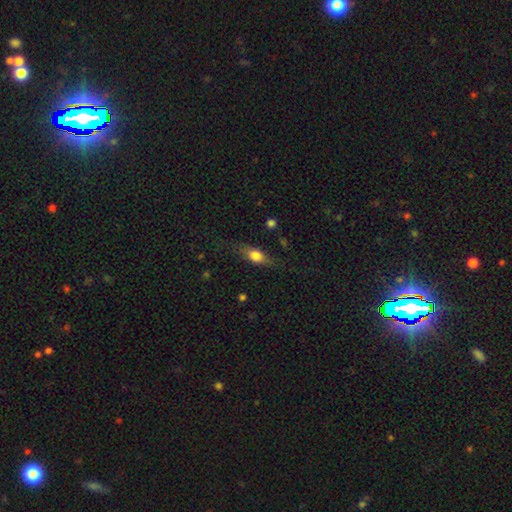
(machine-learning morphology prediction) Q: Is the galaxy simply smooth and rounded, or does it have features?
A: smooth — 65%.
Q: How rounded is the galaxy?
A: in between — 65%.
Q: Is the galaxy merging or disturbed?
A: none — 67%.